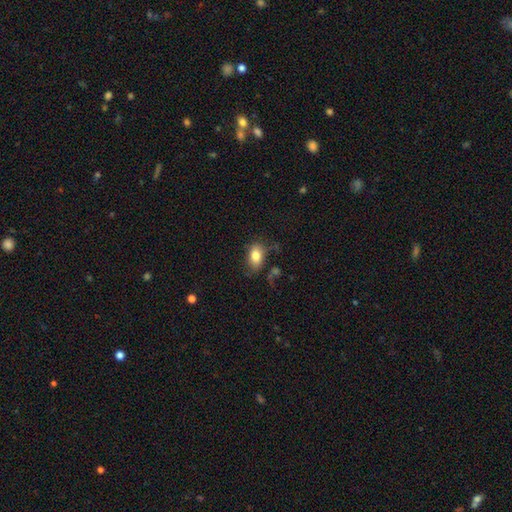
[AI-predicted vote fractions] A smooth galaxy with no disk features (81%) that is in between round and cigar-shaped (85%).

Vote fractions:
- Smooth or featured? smooth: 81% / featured or disk: 10% / star or artifact: 8%
- How rounded? in between: 85% / round: 14% / cigar-shaped: 2%
- Merging? none: 65% / minor disturbance: 23% / major disturbance: 8% / merger: 4%